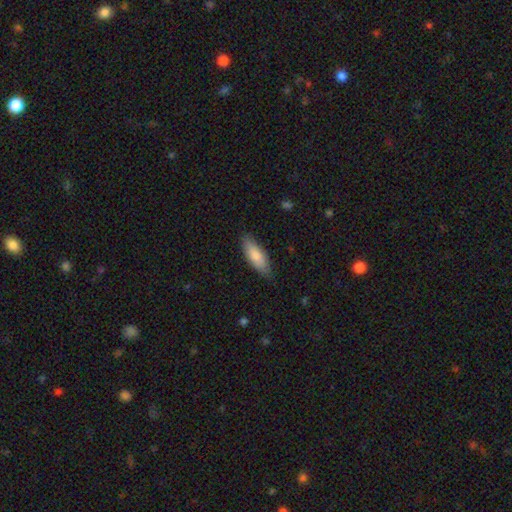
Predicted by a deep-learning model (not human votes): Overall: smooth (82%). How rounded: in between (67%; cigar-shaped 31%). Merging: none (80%).